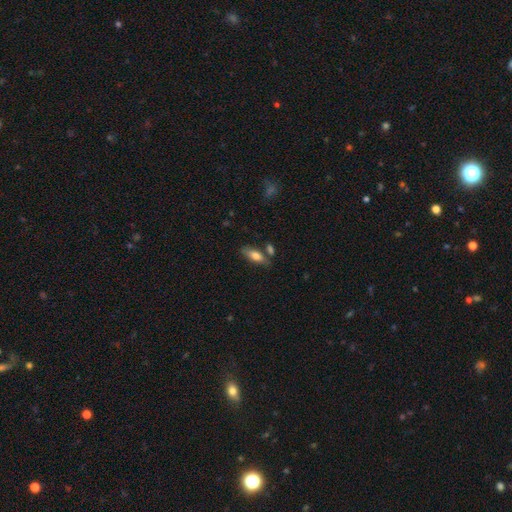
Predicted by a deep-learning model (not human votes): Smooth or featured: smooth — 75% (featured or disk — 18%)
How rounded: in between — 74% (cigar-shaped — 23%)
Merging: none — 68% (minor disturbance — 16%)